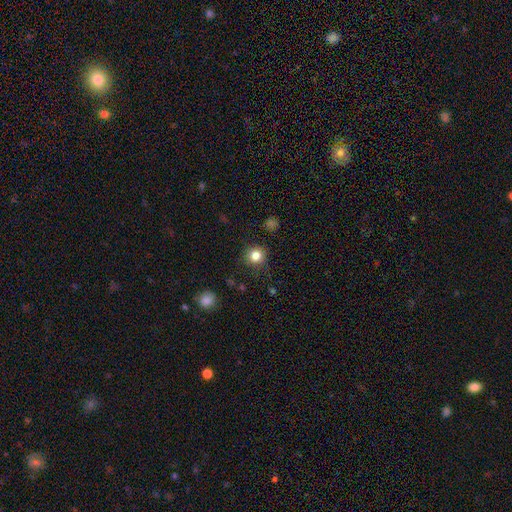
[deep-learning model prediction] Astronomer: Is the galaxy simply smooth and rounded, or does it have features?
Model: smooth — 82%.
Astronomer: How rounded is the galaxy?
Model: round — 91%.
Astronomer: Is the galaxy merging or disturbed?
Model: none — 86%.